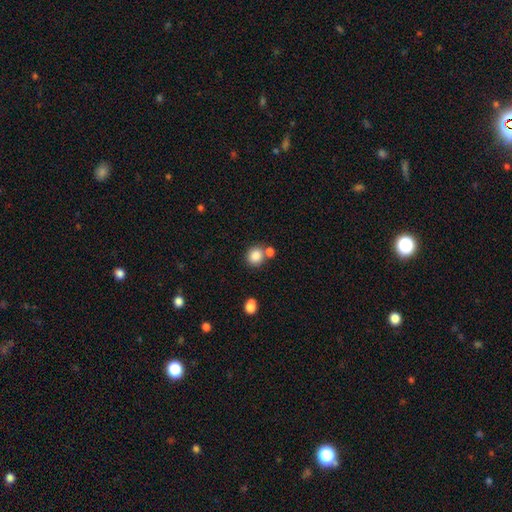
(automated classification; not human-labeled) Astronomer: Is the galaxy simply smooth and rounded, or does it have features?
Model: smooth — 85%.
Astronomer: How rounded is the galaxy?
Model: round — 82%.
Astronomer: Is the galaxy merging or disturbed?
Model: none — 62%.